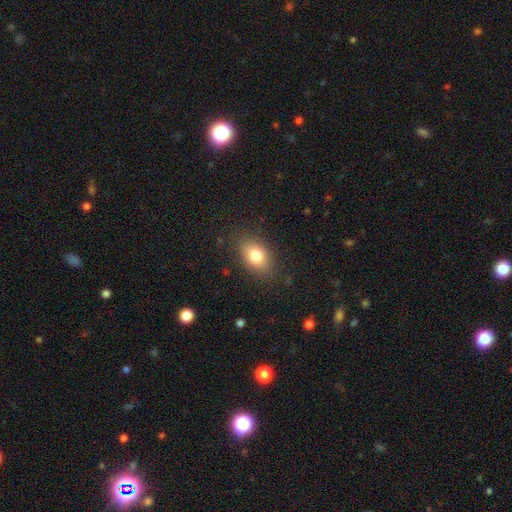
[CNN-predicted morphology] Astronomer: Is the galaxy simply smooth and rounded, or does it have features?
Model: smooth — 80%.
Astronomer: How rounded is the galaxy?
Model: in between — 81%.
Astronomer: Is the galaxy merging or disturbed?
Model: none — 83%.